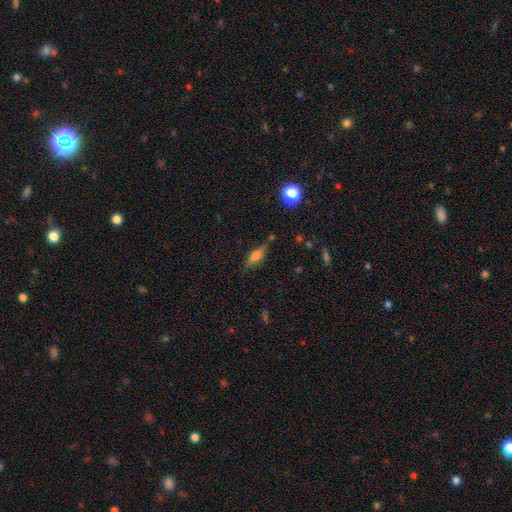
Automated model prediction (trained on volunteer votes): Q: Smooth or featured?
A: smooth (58%); runner-up: featured or disk (31%)
Q: How rounded?
A: in between (60%); runner-up: cigar-shaped (35%)
Q: Merging?
A: none (63%); runner-up: minor disturbance (24%)